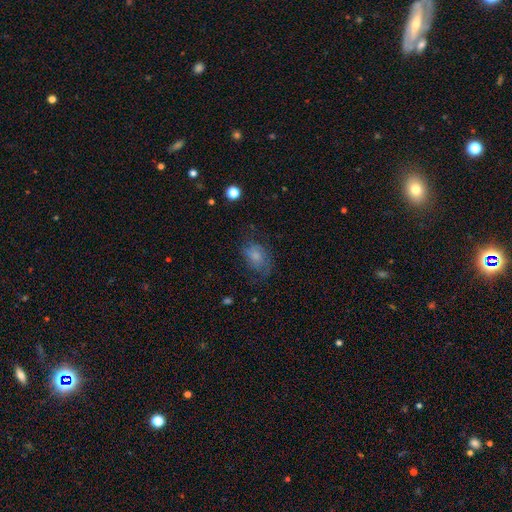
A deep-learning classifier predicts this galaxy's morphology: smooth-or-featured: smooth: 63% | featured or disk: 26% | star or artifact: 11%
  how-rounded: in between: 75% | round: 23% | cigar-shaped: 2%
  merging: none: 52% | minor disturbance: 26% | major disturbance: 20% | merger: 2%